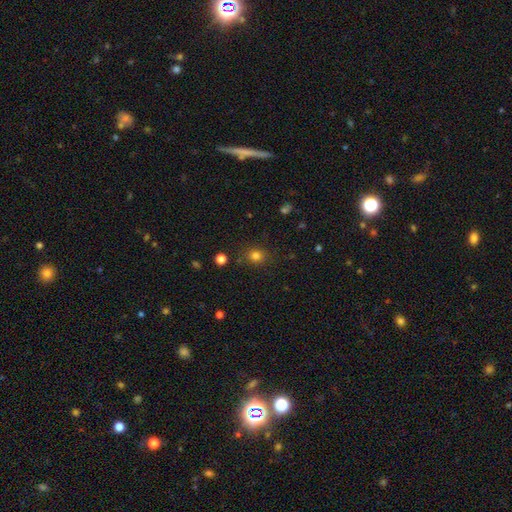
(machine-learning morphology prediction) The model was most divided on "how rounded": round: 78%, in between: 22%, cigar-shaped: 1%. More confident: merging — none (85%); smooth or featured — smooth (79%).